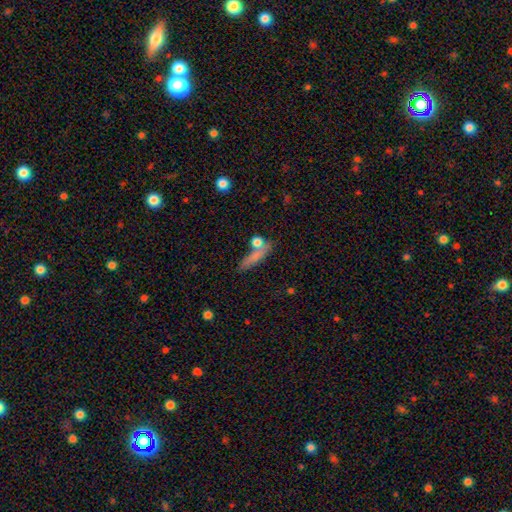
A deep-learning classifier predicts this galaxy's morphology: smooth-or-featured: smooth: 72% | featured or disk: 17% | star or artifact: 10%
  how-rounded: cigar-shaped: 66% | in between: 24% | round: 10%
  merging: none: 59% | merger: 19% | minor disturbance: 15% | major disturbance: 7%